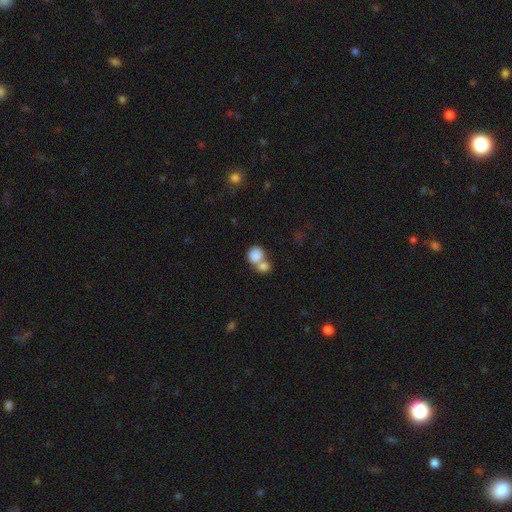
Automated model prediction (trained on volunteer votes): Smooth or featured: smooth — 83% (featured or disk — 8%)
How rounded: round — 73% (in between — 26%)
Merging: merger — 59% (none — 30%)